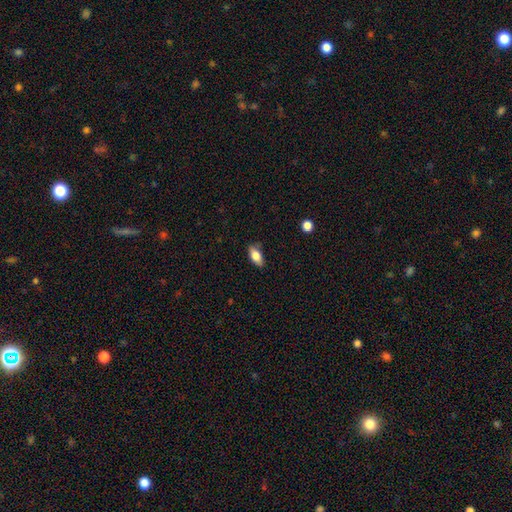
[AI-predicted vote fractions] smooth_or_featured: smooth (p=0.80) [alt: featured or disk p=0.12]
how_rounded: in between (p=0.88) [alt: cigar-shaped p=0.08]
merging: none (p=0.73) [alt: minor disturbance p=0.21]